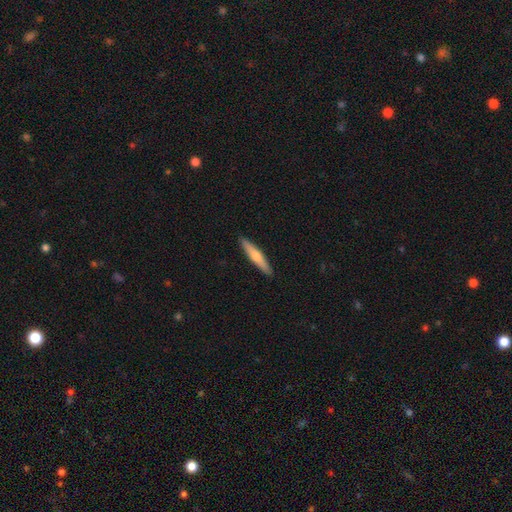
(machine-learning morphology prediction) The model was most divided on "smooth or featured": smooth: 49%, featured or disk: 45%, star or artifact: 5%. More confident: merging — none (92%).